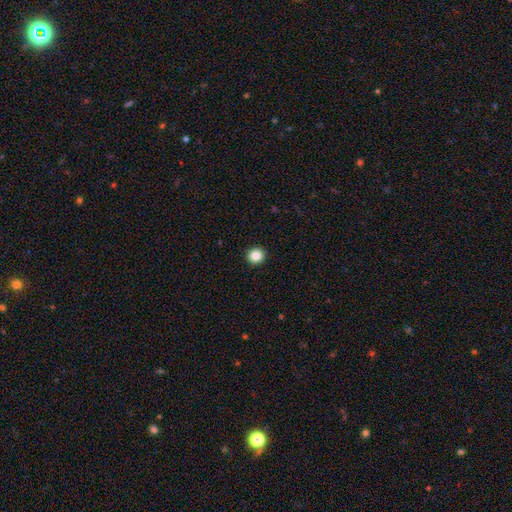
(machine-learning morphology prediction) This is clearly a smooth galaxy (86%). How rounded: clearly round (92%). Merging: clearly none (93%).